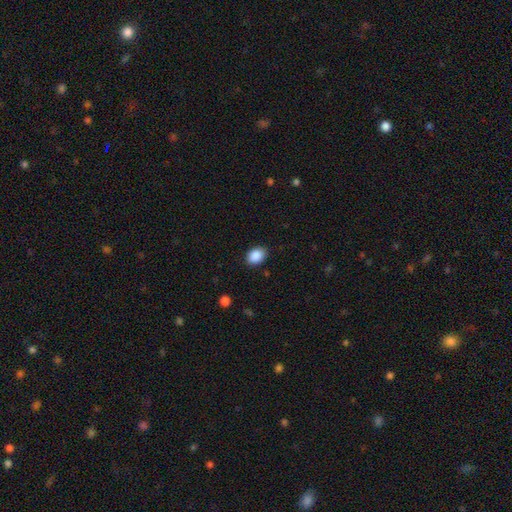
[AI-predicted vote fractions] Smooth or featured: smooth — 89% (star or artifact — 8%)
How rounded: in between — 72% (round — 27%)
Merging: none — 88% (minor disturbance — 9%)